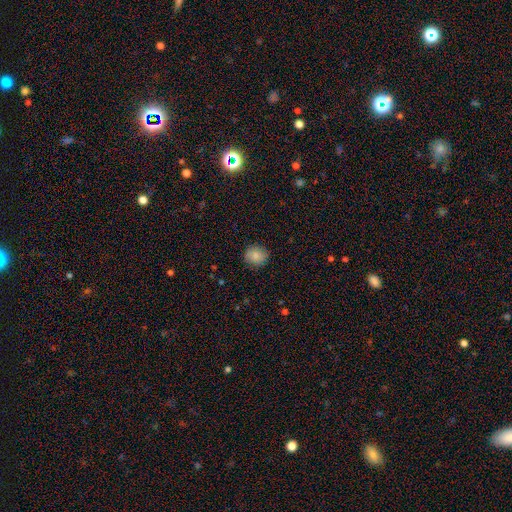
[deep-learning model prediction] This appears to be a smooth galaxy with no disk features (84%) that is round (81%). Merging: none (87%).